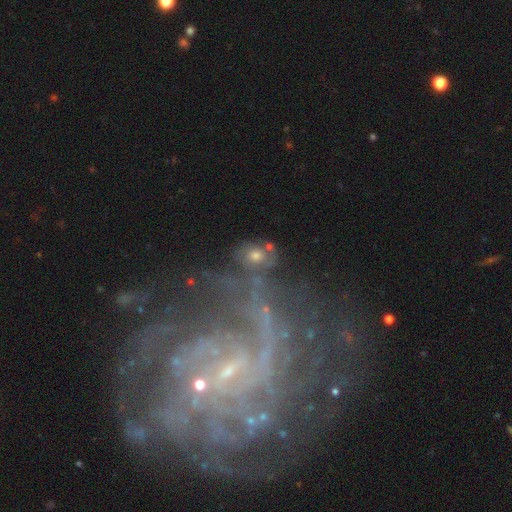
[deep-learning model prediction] Smooth or featured?
  - featured or disk: 40% * (tied)
  - smooth: 40% * (tied)
  - star or artifact: 20%
Merging?
  - none: 56% *
  - minor disturbance: 17%
  - merger: 15%
  - major disturbance: 12%